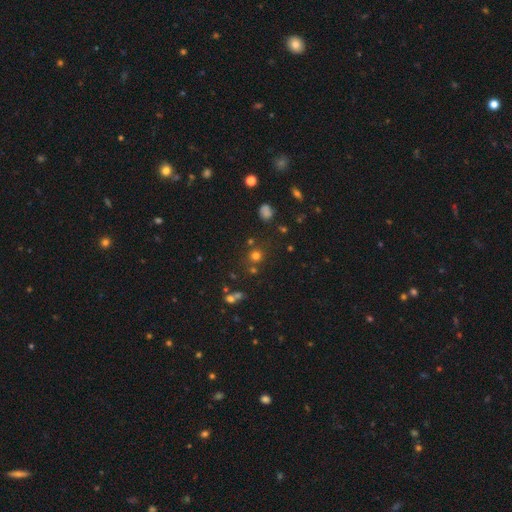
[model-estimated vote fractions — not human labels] Q: Smooth or featured?
A: smooth (68%); runner-up: star or artifact (24%)
Q: How rounded?
A: round (90%); runner-up: in between (9%)
Q: Merging?
A: none (77%); runner-up: merger (11%)